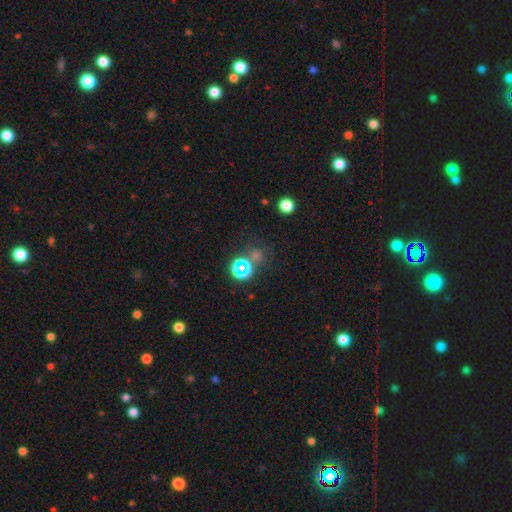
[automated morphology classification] Smooth or featured? star or artifact (52%)